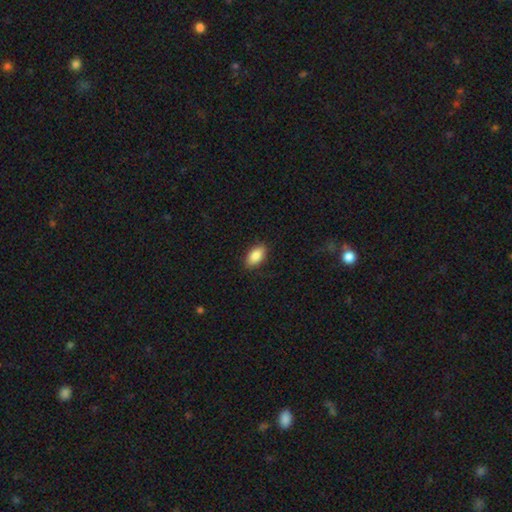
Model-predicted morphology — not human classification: Q: Smooth or featured?
A: smooth (87%); runner-up: star or artifact (7%)
Q: How rounded?
A: in between (92%); runner-up: cigar-shaped (4%)
Q: Merging?
A: none (88%); runner-up: minor disturbance (9%)